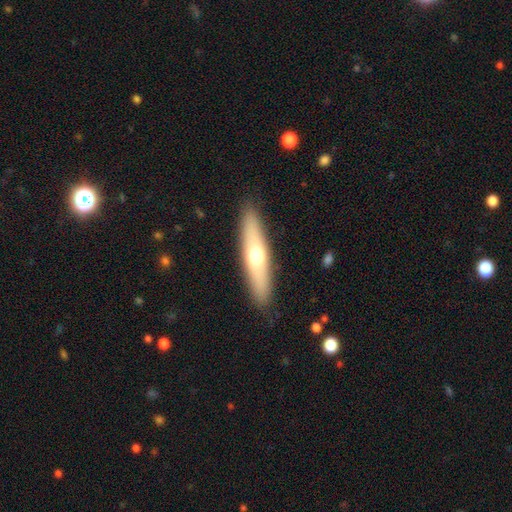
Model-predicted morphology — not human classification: The model was most divided on "smooth or featured": smooth: 55%, featured or disk: 39%, star or artifact: 6%. More confident: merging — none (89%); how rounded — cigar-shaped (79%).